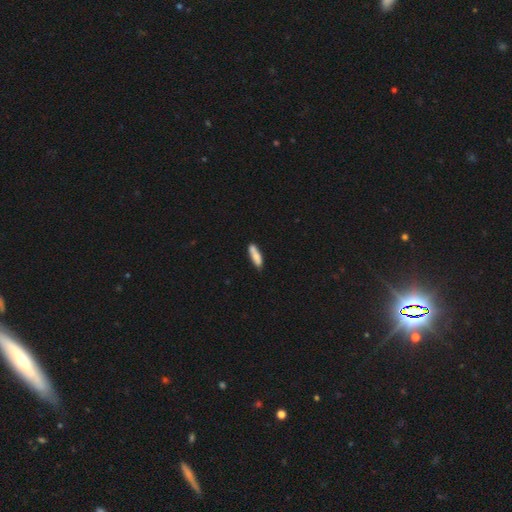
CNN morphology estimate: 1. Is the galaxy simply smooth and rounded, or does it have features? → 75% smooth, 19% featured or disk, 6% star or artifact.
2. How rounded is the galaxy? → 66% cigar-shaped, 32% in between, 2% round.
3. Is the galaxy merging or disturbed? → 68% none, 18% minor disturbance, 11% merger, 4% major disturbance.